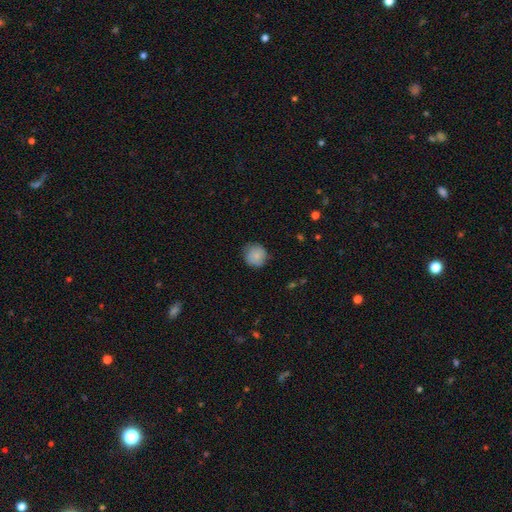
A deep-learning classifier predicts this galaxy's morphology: This is clearly a smooth galaxy (82%). How rounded: clearly round (90%). Merging: likely none (75%).